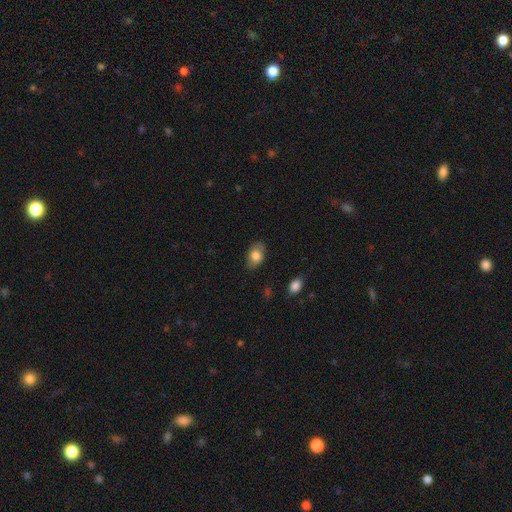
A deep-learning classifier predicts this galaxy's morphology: Smooth or featured? Predicted: smooth (p=0.78). How rounded? Predicted: in between (p=0.86). Merging? Predicted: none (p=0.82).